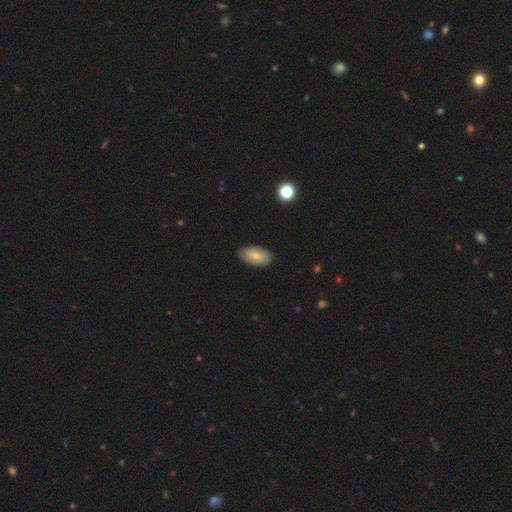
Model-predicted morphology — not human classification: smooth 60%, featured or disk 32%, star or artifact 7%. Down the decision tree: how rounded — in between (93%); merging — none (78%).